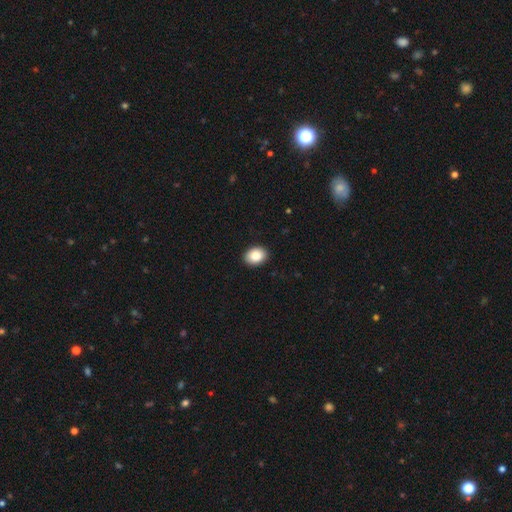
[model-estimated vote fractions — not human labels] smooth-or-featured: smooth: 88% | star or artifact: 8% | featured or disk: 5%
  how-rounded: in between: 68% | round: 31% | cigar-shaped: 1%
  merging: none: 91% | minor disturbance: 7% | major disturbance: 2% | merger: 1%